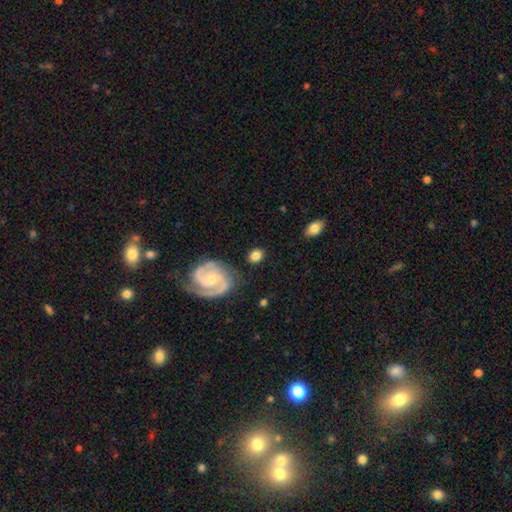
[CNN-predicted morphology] smooth 57%, featured or disk 35%, star or artifact 7%. Down the decision tree: how rounded — round (56%); merging — none (79%).